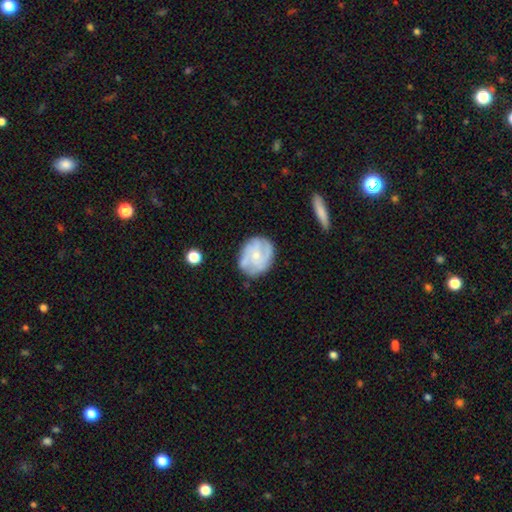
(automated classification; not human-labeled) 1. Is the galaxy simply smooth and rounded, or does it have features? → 66% featured or disk, 27% smooth, 6% star or artifact.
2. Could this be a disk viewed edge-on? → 98% no, 2% yes.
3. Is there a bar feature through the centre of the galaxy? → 72% no, 24% weak, 4% strong.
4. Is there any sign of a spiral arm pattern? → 79% yes, 21% no.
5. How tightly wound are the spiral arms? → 44% tight, 40% medium, 16% loose.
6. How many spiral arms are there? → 34% can't tell, 28% 3, 19% 2, 10% 4, 4% 1, 4% more than 4.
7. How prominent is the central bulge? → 55% small, 35% moderate, 6% none, 2% large, 1% dominant.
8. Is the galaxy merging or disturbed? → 72% none, 19% minor disturbance, 7% major disturbance, 2% merger.